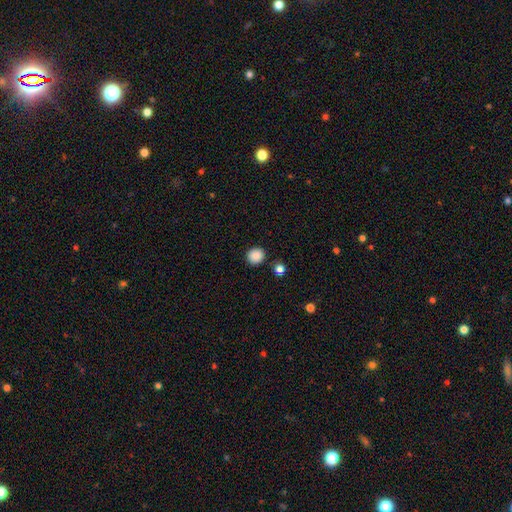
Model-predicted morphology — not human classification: A smooth galaxy with no disk features (88%) that is round (89%). Merging: none (88%).